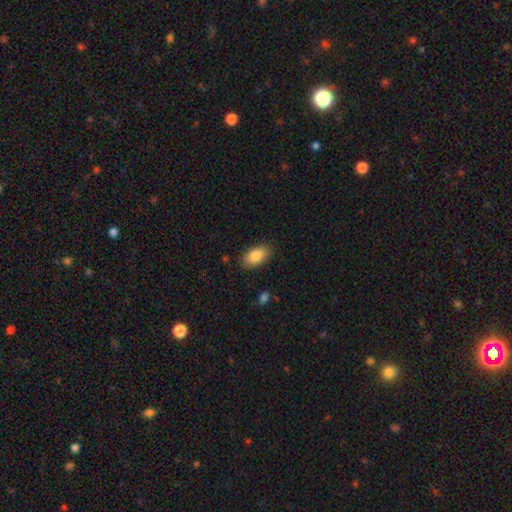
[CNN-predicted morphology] Smooth or featured? smooth (84%)
How rounded? in between (92%)
Merging? none (85%)